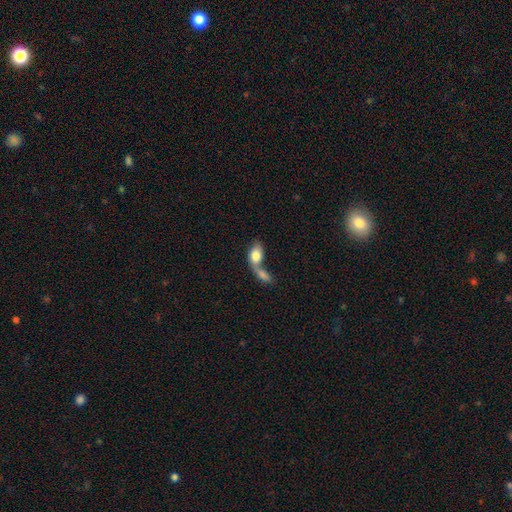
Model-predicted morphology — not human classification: smooth 77%, featured or disk 17%, star or artifact 6%. Down the decision tree: how rounded — in between (85%); merging — merger (72%).